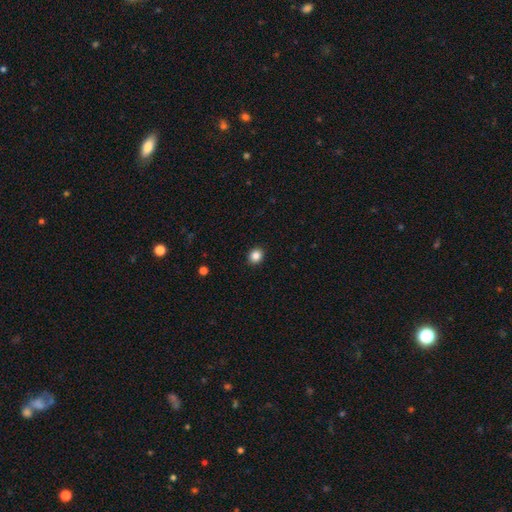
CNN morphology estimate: This appears to be a smooth galaxy with no disk features (86%) that is round (70%). Merging: none (92%).